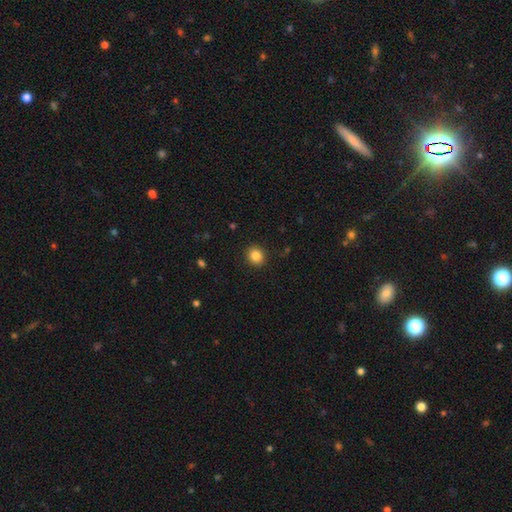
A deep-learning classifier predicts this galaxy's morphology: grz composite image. It shows a smooth galaxy with no disk features (85%) that is round (82%). Merging: none (91%).